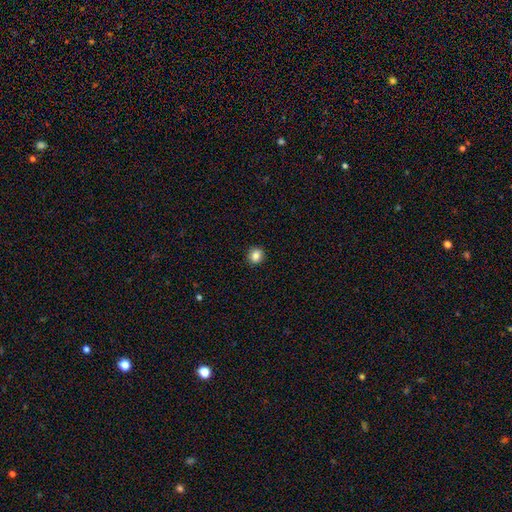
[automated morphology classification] Smooth or featured: smooth — 85% (star or artifact — 10%)
How rounded: round — 85% (in between — 14%)
Merging: none — 92% (minor disturbance — 6%)